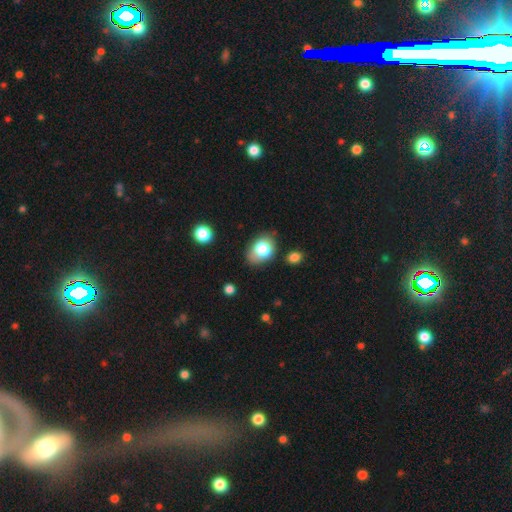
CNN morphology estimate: Smooth or featured: smooth — 74% (featured or disk — 13%)
How rounded: in between — 70% (round — 29%)
Merging: none — 83% (minor disturbance — 12%)